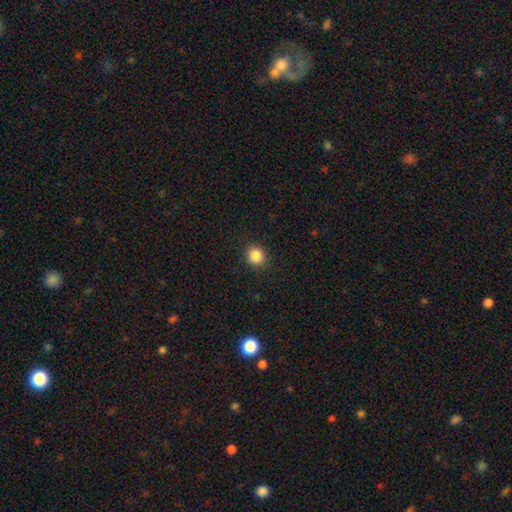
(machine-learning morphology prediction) A smooth galaxy with no disk features (86%) that is round (85%).

Vote fractions:
- Smooth or featured? smooth: 86% / star or artifact: 11% / featured or disk: 4%
- How rounded? round: 85% / in between: 14% / cigar-shaped: 1%
- Merging? none: 90% / minor disturbance: 7% / major disturbance: 2% / merger: 1%